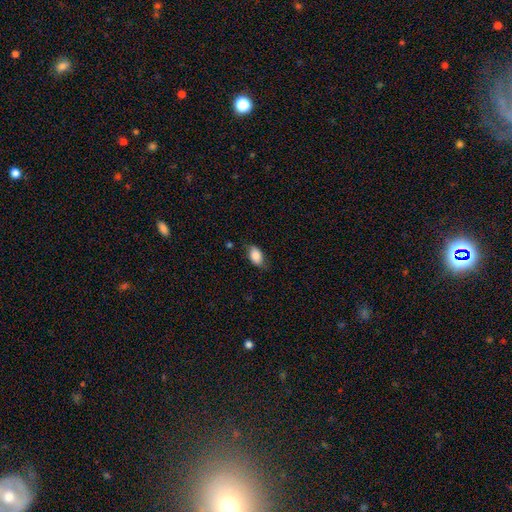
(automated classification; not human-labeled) Smooth or featured: smooth — 82% (featured or disk — 10%)
How rounded: in between — 89% (round — 8%)
Merging: none — 66% (minor disturbance — 26%)